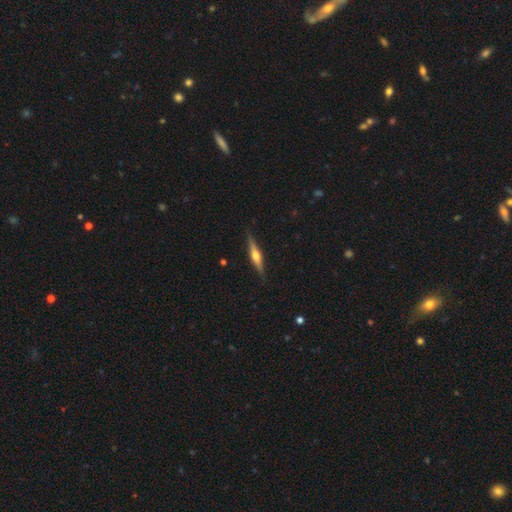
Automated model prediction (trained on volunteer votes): This is likely a featured or disk galaxy (66%). It is clearly viewed edge-on (97%). Edge-on bulge: clearly rounded (92%). Merging: clearly none (88%).